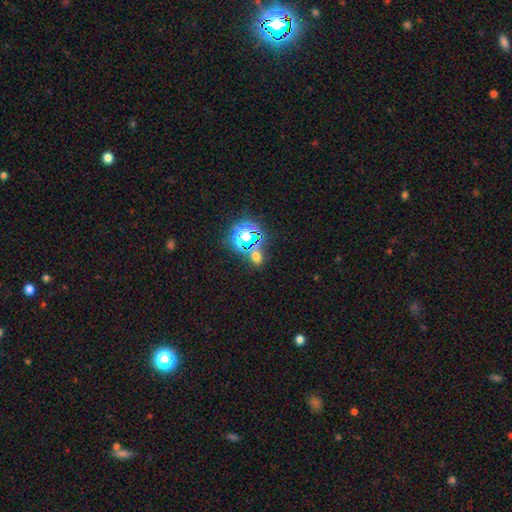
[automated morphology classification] Smooth or featured? Predicted: star or artifact (p=0.48).